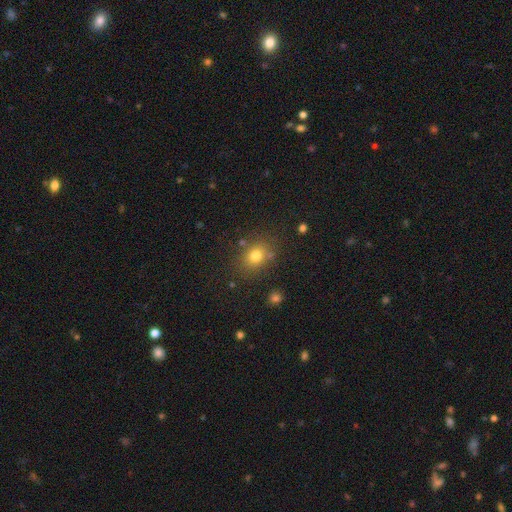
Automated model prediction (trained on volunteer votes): Smooth or featured: smooth — 76% (star or artifact — 15%)
How rounded: round — 56% (in between — 43%)
Merging: none — 78% (minor disturbance — 12%)